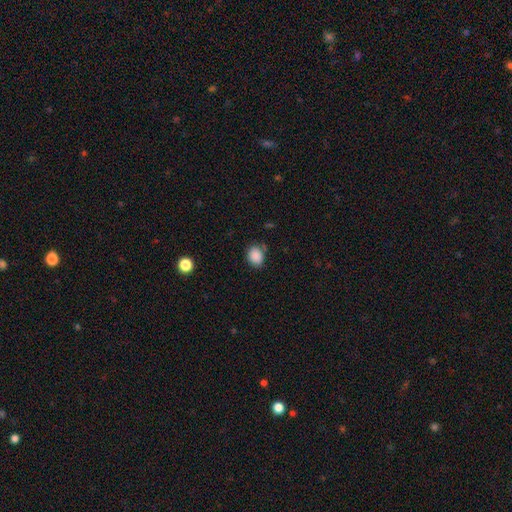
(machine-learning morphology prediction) The model was most divided on "how rounded": round: 52%, in between: 47%, cigar-shaped: 1%. More confident: smooth or featured — smooth (87%); merging — none (76%).